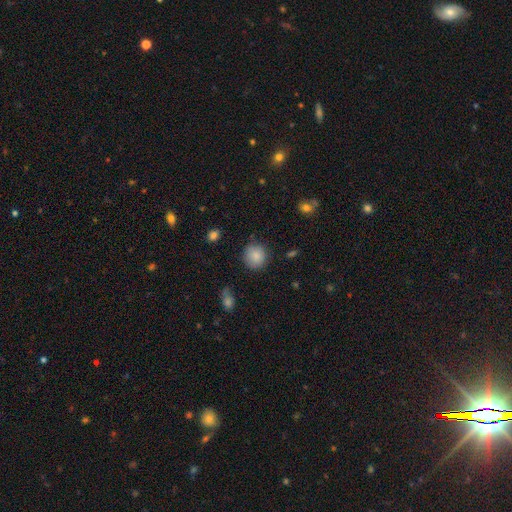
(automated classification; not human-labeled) The model was most divided on "merging": none: 85%, minor disturbance: 10%, major disturbance: 3%, merger: 2%. More confident: how rounded — round (89%); smooth or featured — smooth (85%).